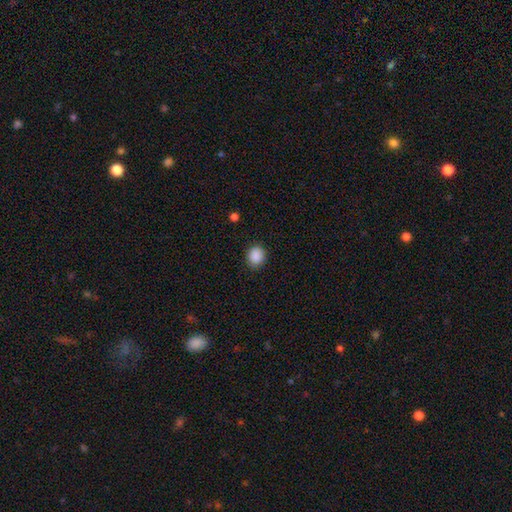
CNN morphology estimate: smooth-or-featured: smooth: 89% | star or artifact: 9% | featured or disk: 3%
  how-rounded: round: 69% | in between: 30% | cigar-shaped: 1%
  merging: none: 88% | minor disturbance: 8% | major disturbance: 2% | merger: 1%